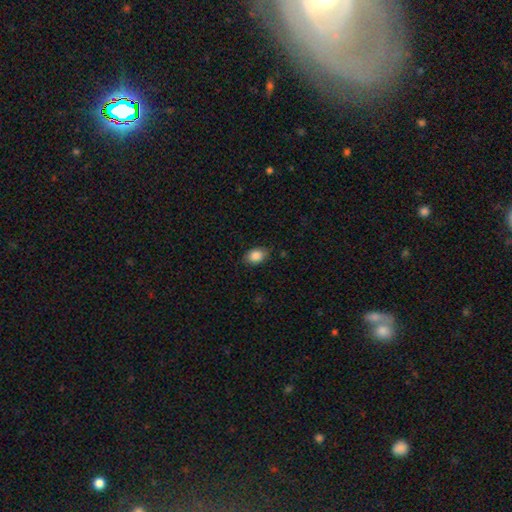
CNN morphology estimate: The model was most divided on "how rounded": in between: 76%, round: 22%, cigar-shaped: 1%. More confident: smooth or featured — smooth (87%); merging — none (81%).